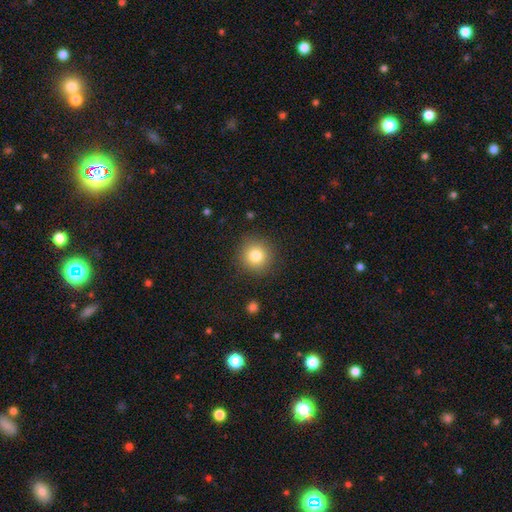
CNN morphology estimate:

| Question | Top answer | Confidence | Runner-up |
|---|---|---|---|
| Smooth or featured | smooth | 82% | star or artifact (11%) |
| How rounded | round | 93% | in between (6%) |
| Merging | none | 89% | minor disturbance (7%) |